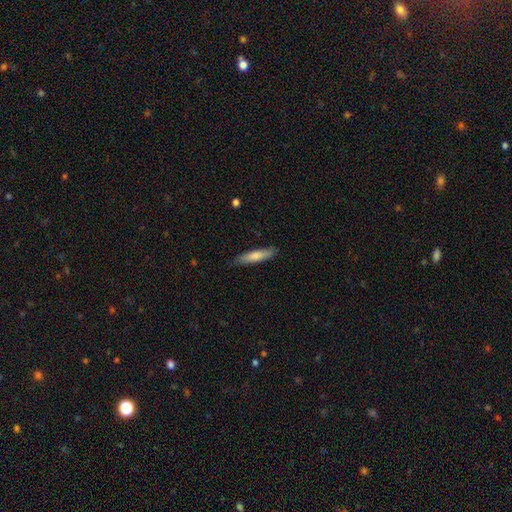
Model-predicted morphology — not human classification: smooth_or_featured: smooth (p=0.75) [alt: featured or disk p=0.19]
how_rounded: cigar-shaped (p=0.82) [alt: in between p=0.16]
merging: none (p=0.85) [alt: minor disturbance p=0.12]